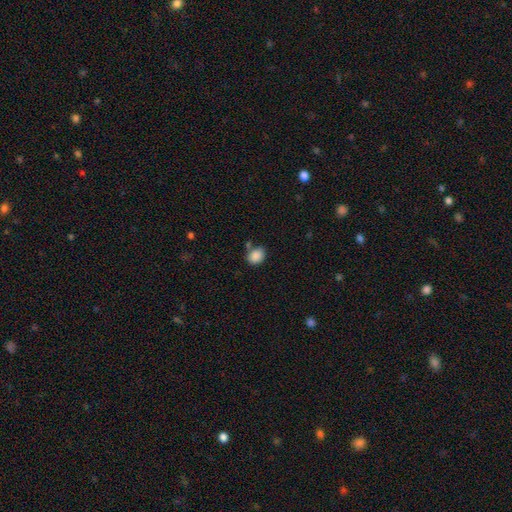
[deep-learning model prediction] Q: Smooth or featured?
A: smooth (87%); runner-up: star or artifact (9%)
Q: How rounded?
A: in between (53%); runner-up: round (46%)
Q: Merging?
A: none (64%); runner-up: minor disturbance (18%)